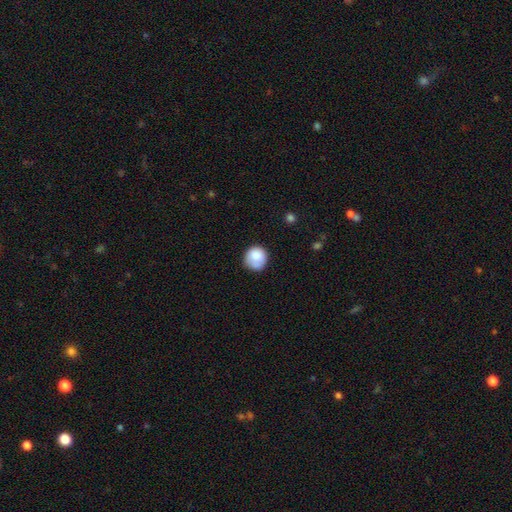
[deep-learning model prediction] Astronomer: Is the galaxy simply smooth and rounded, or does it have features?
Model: smooth — 82%.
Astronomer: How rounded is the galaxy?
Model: round — 87%.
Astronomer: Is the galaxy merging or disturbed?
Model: none — 67%.